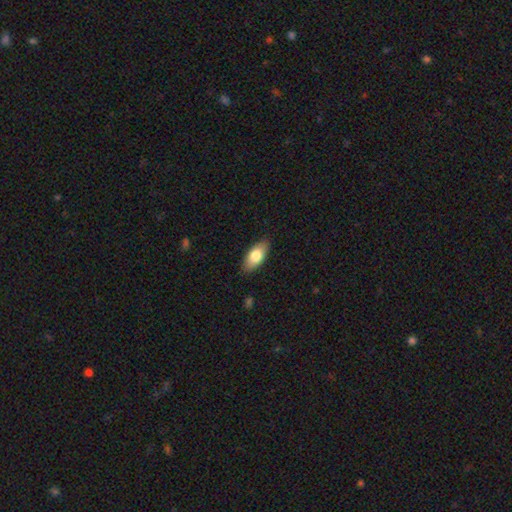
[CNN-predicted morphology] This is likely a smooth galaxy (77%). How rounded: clearly in between (88%). Merging: clearly none (86%).